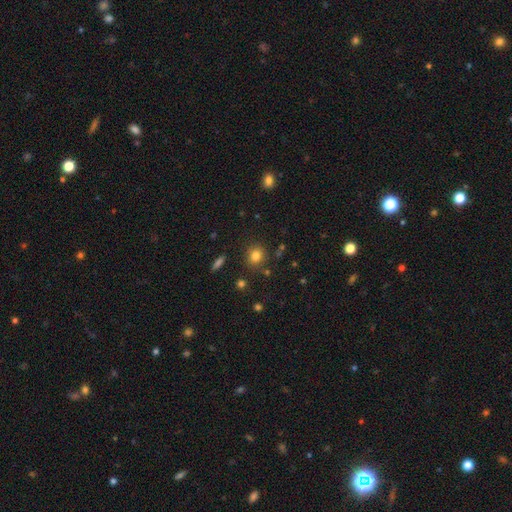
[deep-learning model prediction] This is clearly a smooth galaxy (81%). How rounded: likely round (75%). Merging: clearly none (83%).